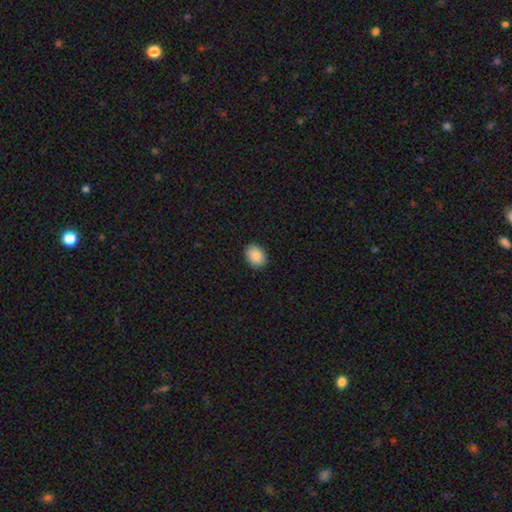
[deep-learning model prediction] smooth 89%, star or artifact 7%, featured or disk 3%. Down the decision tree: how rounded — in between (60%); merging — none (90%).